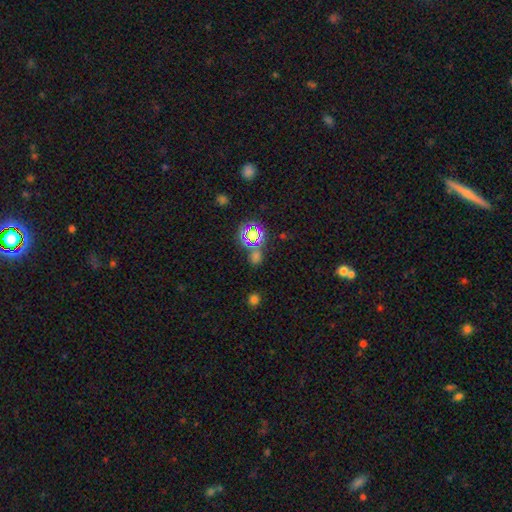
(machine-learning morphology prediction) Smooth or featured: star or artifact — 52% (smooth — 40%)